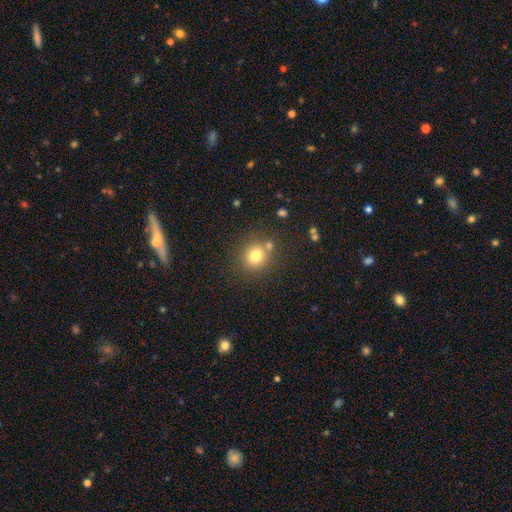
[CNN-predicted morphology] smooth 77%, star or artifact 14%, featured or disk 9%. Down the decision tree: how rounded — round (87%); merging — none (75%).